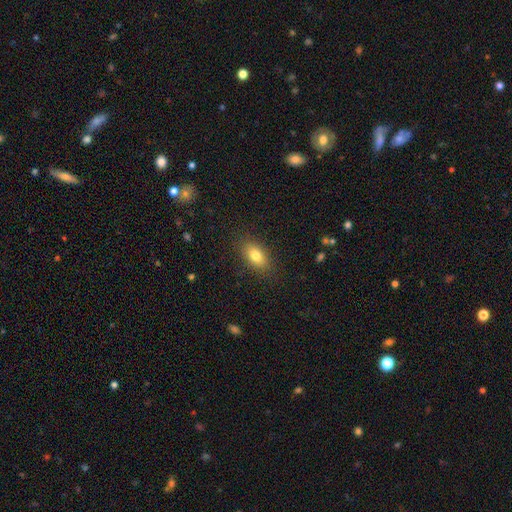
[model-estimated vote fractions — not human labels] This appears to be a smooth galaxy with no disk features (80%) that is in between round and cigar-shaped (87%). Merging: none (86%).